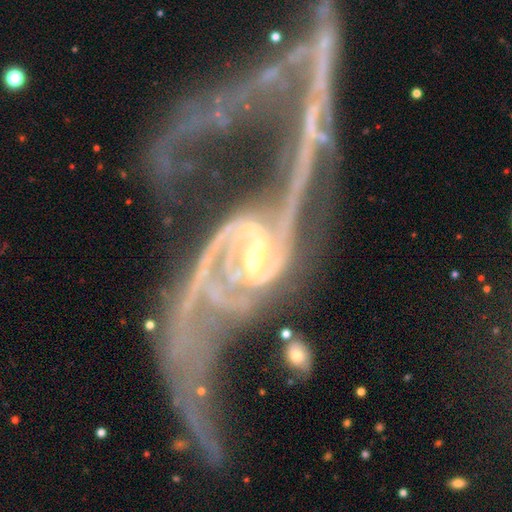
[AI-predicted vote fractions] smooth-or-featured: featured or disk: 89% | star or artifact: 7% | smooth: 4%
  disk-edge-on: no: 96% | yes: 4%
    bar: weak: 38% | strong: 37% | no: 25%
    has-spiral-arms: yes: 94% | no: 6%
      spiral-winding: loose: 48% | medium: 34% | tight: 17%
      spiral-arm-count: 2: 54% | can't tell: 12% | 3: 12% | 1: 8% | 4: 7% | more than 4: 7%
    bulge-size: small: 51% | moderate: 36% | none: 7% | large: 4% | dominant: 2%
  merging: major disturbance: 45% | merger: 28% | none: 17% | minor disturbance: 11%